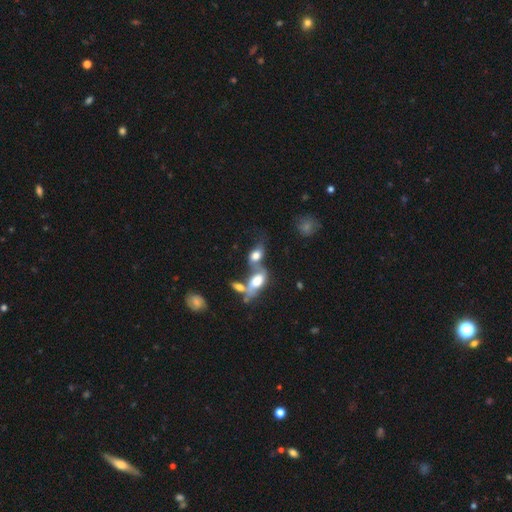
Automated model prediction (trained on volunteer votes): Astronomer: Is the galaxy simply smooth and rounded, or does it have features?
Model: smooth — 62%.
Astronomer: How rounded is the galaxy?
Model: in between — 83%.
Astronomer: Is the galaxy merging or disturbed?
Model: merger — 62%.